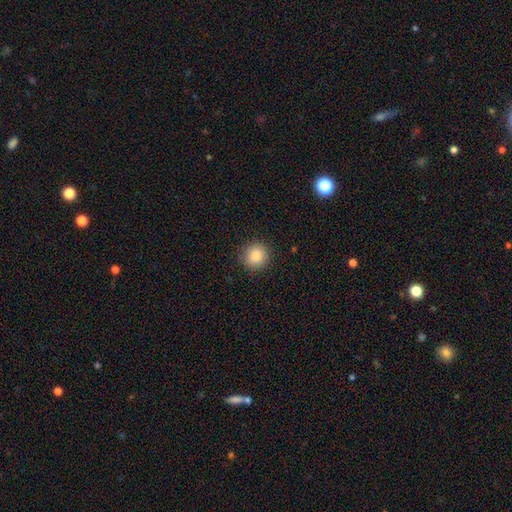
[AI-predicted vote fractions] smooth_or_featured: smooth (p=0.86) [alt: star or artifact p=0.09]
how_rounded: round (p=0.92) [alt: in between p=0.07]
merging: none (p=0.91) [alt: minor disturbance p=0.06]